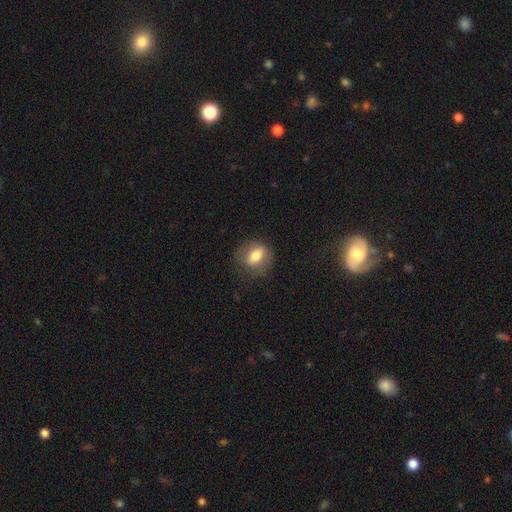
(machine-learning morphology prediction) Smooth or featured? smooth (72%)
How rounded? in between (54%)
Merging? none (78%)